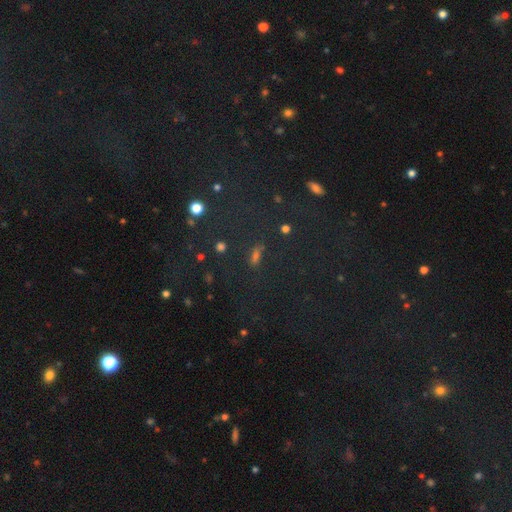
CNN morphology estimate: Q: Smooth or featured?
A: smooth (49%); runner-up: star or artifact (37%)
Q: Merging?
A: none (71%); runner-up: minor disturbance (14%)